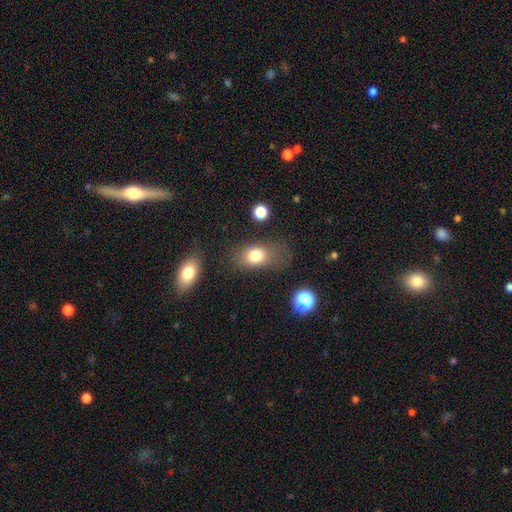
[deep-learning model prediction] This is likely a smooth galaxy (78%). How rounded: likely in between (73%). Merging: possibly none (57%).